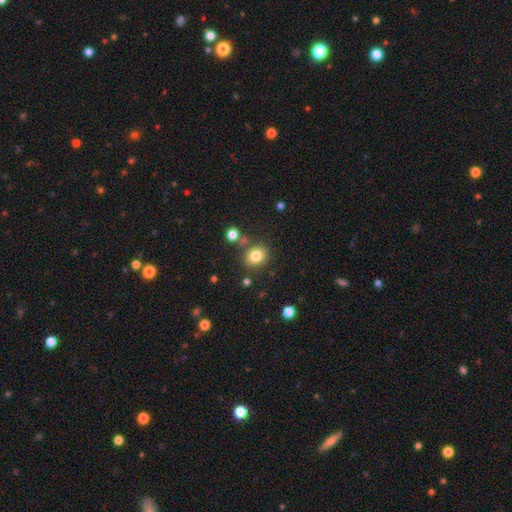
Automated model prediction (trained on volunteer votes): A smooth galaxy with no disk features (80%) that is round (63%).

Vote fractions:
- Smooth or featured? smooth: 80% / star or artifact: 12% / featured or disk: 8%
- How rounded? round: 63% / in between: 36% / cigar-shaped: 1%
- Merging? none: 77% / minor disturbance: 11% / merger: 9% / major disturbance: 4%